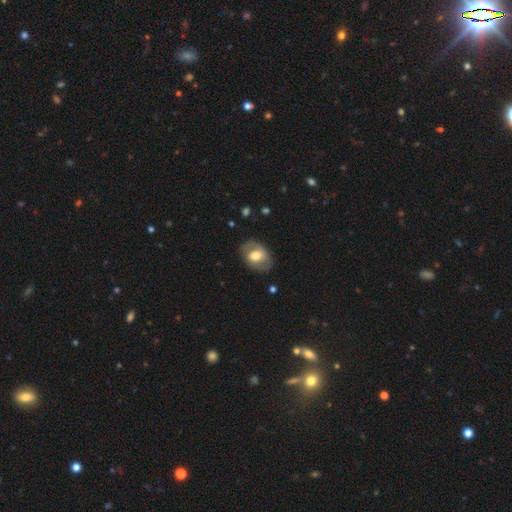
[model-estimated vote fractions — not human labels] The model was most divided on "smooth or featured": smooth: 47%, featured or disk: 46%, star or artifact: 7%. More confident: merging — none (76%).